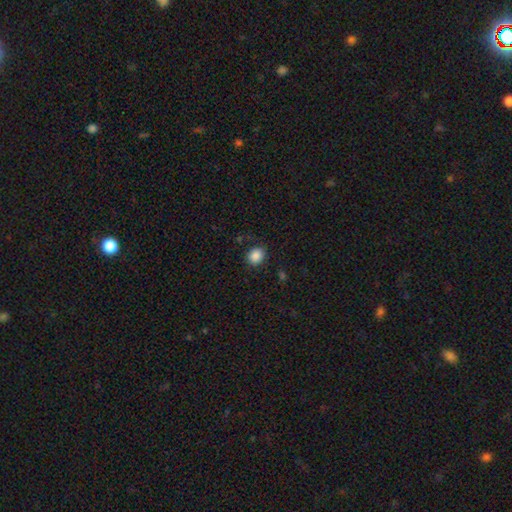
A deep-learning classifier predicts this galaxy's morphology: Smooth or featured?
  - smooth: 87% *
  - star or artifact: 9%
  - featured or disk: 3%
How rounded?
  - round: 69% *
  - in between: 30%
  - cigar-shaped: 1%
Merging?
  - none: 85% *
  - minor disturbance: 10%
  - major disturbance: 3%
  - merger: 1%